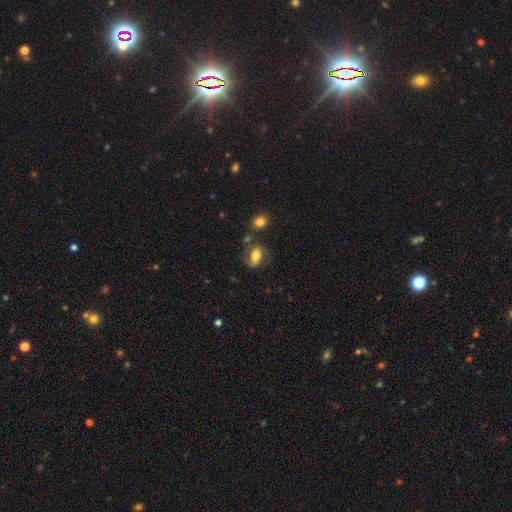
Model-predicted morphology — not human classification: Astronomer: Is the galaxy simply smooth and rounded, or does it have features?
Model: smooth — 67%.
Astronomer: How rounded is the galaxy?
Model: in between — 82%.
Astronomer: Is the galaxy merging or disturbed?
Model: none — 62%.